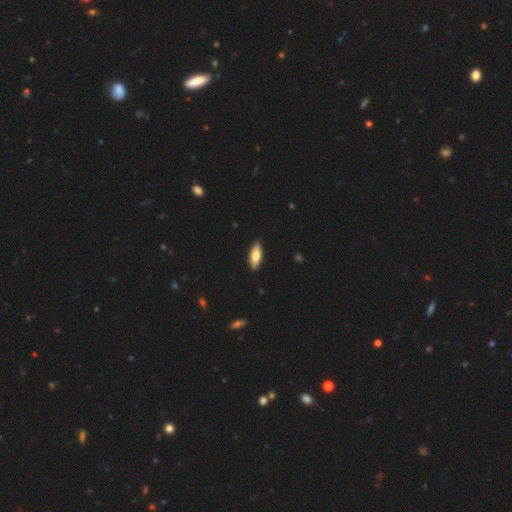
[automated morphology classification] This is likely a smooth galaxy (76%). How rounded: likely in between (73%). Merging: clearly none (88%).